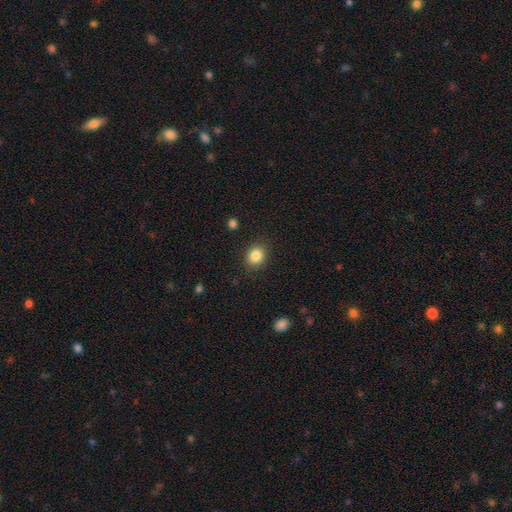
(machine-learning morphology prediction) Smooth or featured?
  - smooth: 85% *
  - star or artifact: 10%
  - featured or disk: 5%
How rounded?
  - round: 58% *
  - in between: 41%
  - cigar-shaped: 1%
Merging?
  - none: 88% *
  - minor disturbance: 8%
  - major disturbance: 3%
  - merger: 1%